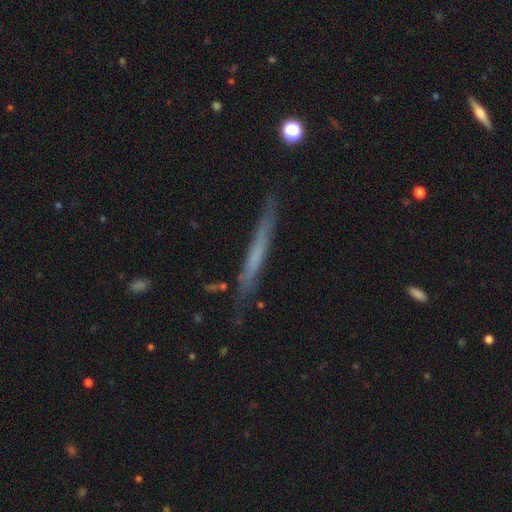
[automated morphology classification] Smooth or featured?
  - featured or disk: 46% * (tied)
  - smooth: 46% * (tied)
  - star or artifact: 7%
Merging?
  - none: 81% *
  - minor disturbance: 14%
  - major disturbance: 3%
  - merger: 2%